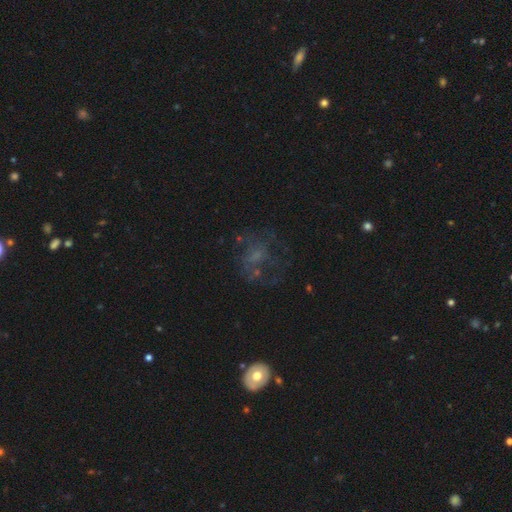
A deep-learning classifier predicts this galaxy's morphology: A featured or disk galaxy (49%). Merging: none (49%).